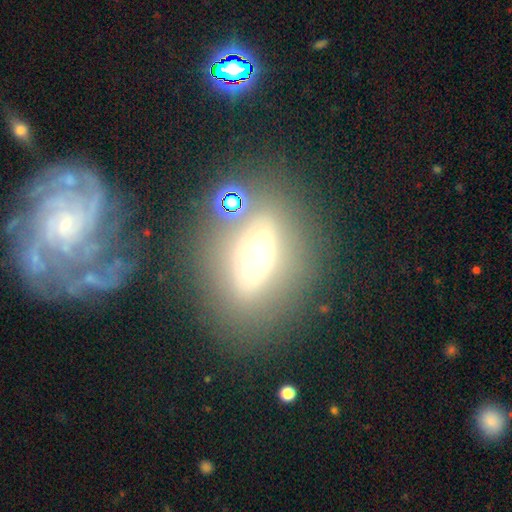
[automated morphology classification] A smooth galaxy with no disk features (45%).

Vote fractions:
- Smooth or featured? smooth: 45% / featured or disk: 39% / star or artifact: 16%
- Merging? none: 69% / minor disturbance: 13% / merger: 10% / major disturbance: 8%